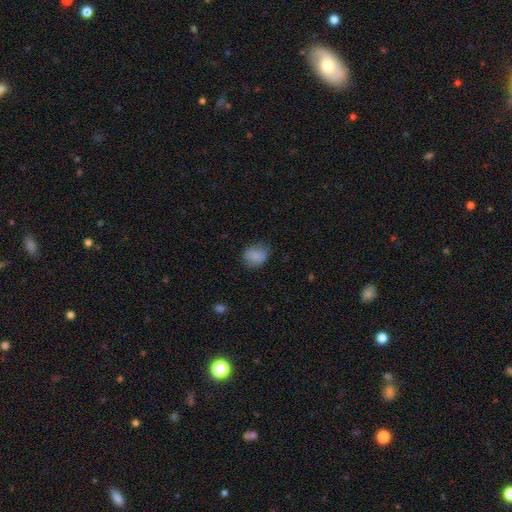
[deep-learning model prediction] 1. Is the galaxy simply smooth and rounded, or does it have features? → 85% smooth, 9% star or artifact, 6% featured or disk.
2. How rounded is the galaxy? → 51% in between, 48% round, 1% cigar-shaped.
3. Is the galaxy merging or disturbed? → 72% none, 21% minor disturbance, 6% major disturbance, 1% merger.